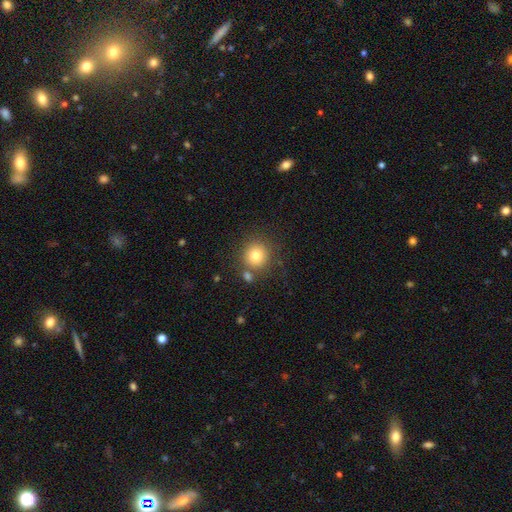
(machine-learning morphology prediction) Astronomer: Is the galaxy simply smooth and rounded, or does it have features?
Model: smooth — 79%.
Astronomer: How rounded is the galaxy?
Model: round — 92%.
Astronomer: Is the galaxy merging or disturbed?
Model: none — 76%.